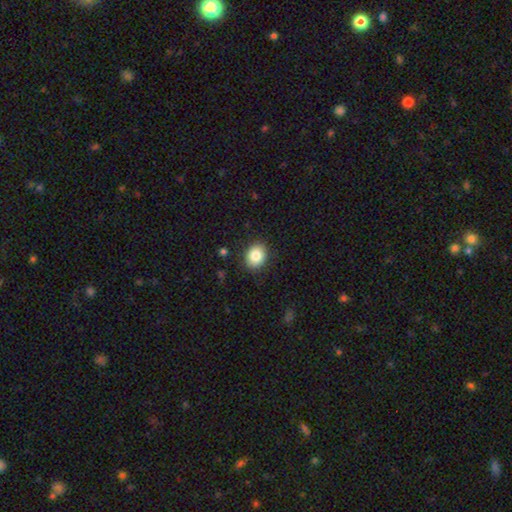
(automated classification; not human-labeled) smooth_or_featured: smooth (p=0.84) [alt: star or artifact p=0.08]
how_rounded: round (p=0.54) [alt: in between p=0.45]
merging: none (p=0.88) [alt: minor disturbance p=0.08]